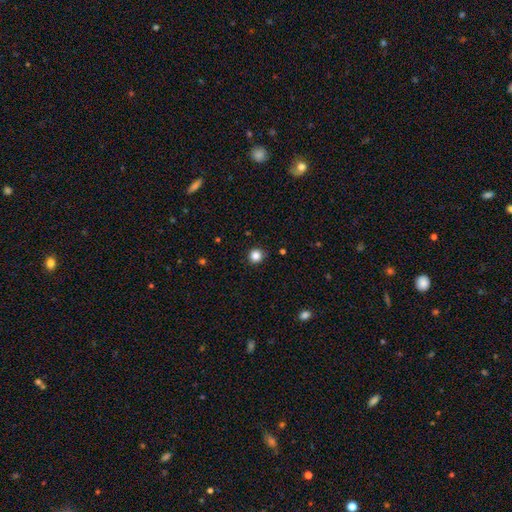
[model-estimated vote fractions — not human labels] Smooth or featured? Predicted: smooth (p=0.85). How rounded? Predicted: round (p=0.93). Merging? Predicted: none (p=0.90).